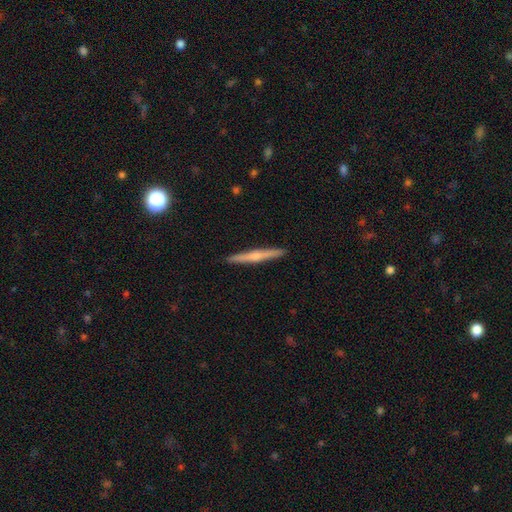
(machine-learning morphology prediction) smooth_or_featured: featured or disk (p=0.57) [alt: smooth p=0.37]
disk_edge_on: yes (p=0.98) [alt: no p=0.02]
edge_on_bulge: rounded (p=0.66) [alt: none p=0.28]
merging: none (p=0.92) [alt: minor disturbance p=0.06]